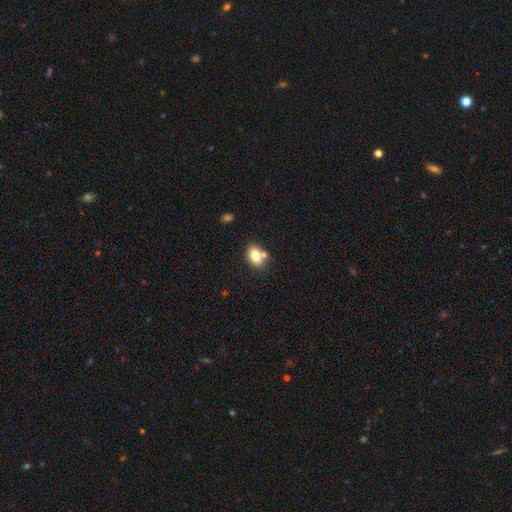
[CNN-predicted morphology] smooth 78%, featured or disk 13%, star or artifact 9%. Down the decision tree: how rounded — in between (77%); merging — none (58%).